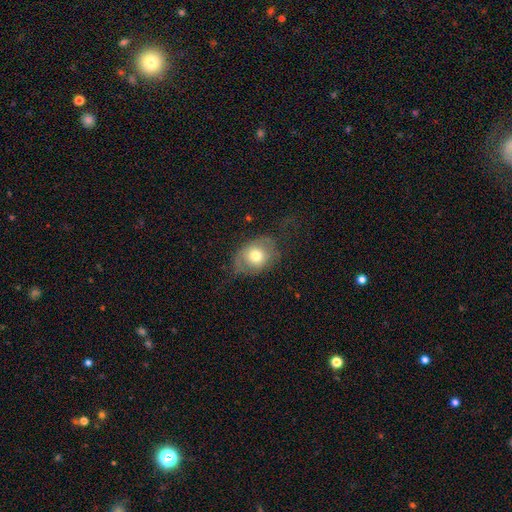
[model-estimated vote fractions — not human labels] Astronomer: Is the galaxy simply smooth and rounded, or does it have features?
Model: smooth — 65%.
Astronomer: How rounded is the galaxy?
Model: in between — 58% (runner-up: round, 41%).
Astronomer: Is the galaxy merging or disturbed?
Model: none — 49% (runner-up: minor disturbance, 28%).